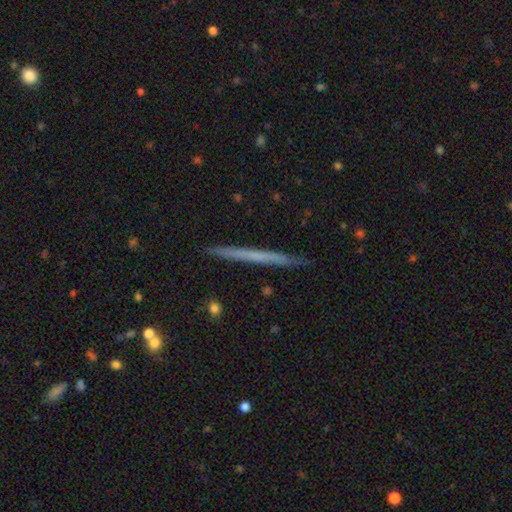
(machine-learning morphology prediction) A featured or disk galaxy (50%).

Vote fractions:
- Smooth or featured? featured or disk: 50% / smooth: 44% / star or artifact: 6%
- Merging? none: 91% / minor disturbance: 6% / major disturbance: 1% / merger: 1%